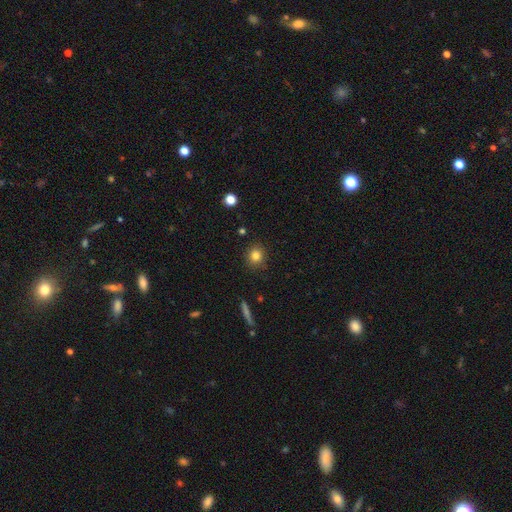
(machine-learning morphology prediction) Q: Smooth or featured?
A: smooth (82%); runner-up: star or artifact (11%)
Q: How rounded?
A: round (85%); runner-up: in between (13%)
Q: Merging?
A: none (89%); runner-up: minor disturbance (8%)